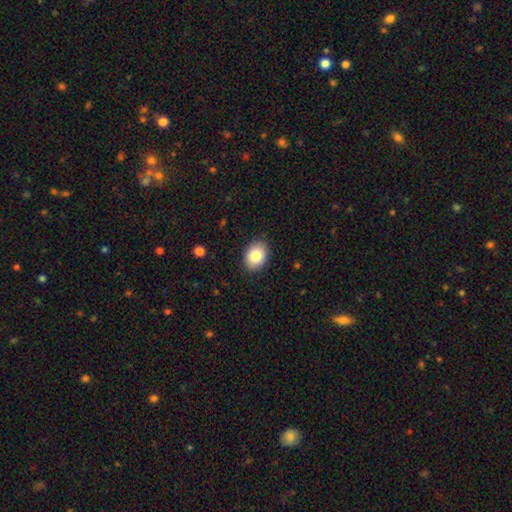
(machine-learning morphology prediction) smooth-or-featured: smooth: 85% | featured or disk: 8% | star or artifact: 7%
  how-rounded: in between: 72% | round: 27% | cigar-shaped: 1%
  merging: none: 88% | minor disturbance: 9% | major disturbance: 2% | merger: 1%